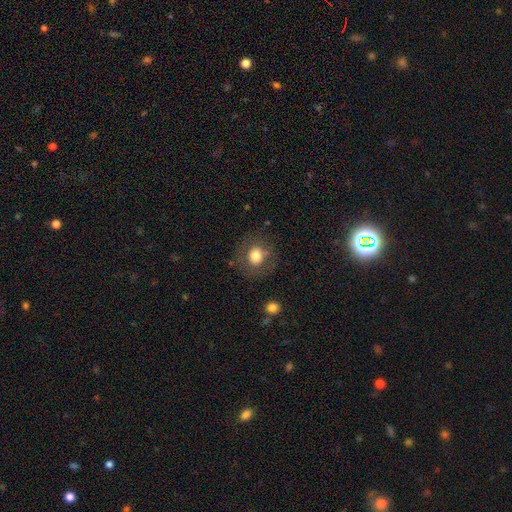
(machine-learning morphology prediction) Smooth or featured?
  - smooth: 73% *
  - featured or disk: 17%
  - star or artifact: 10%
How rounded?
  - round: 80% *
  - in between: 19%
  - cigar-shaped: 1%
Merging?
  - none: 77% *
  - minor disturbance: 13%
  - major disturbance: 7%
  - merger: 2%